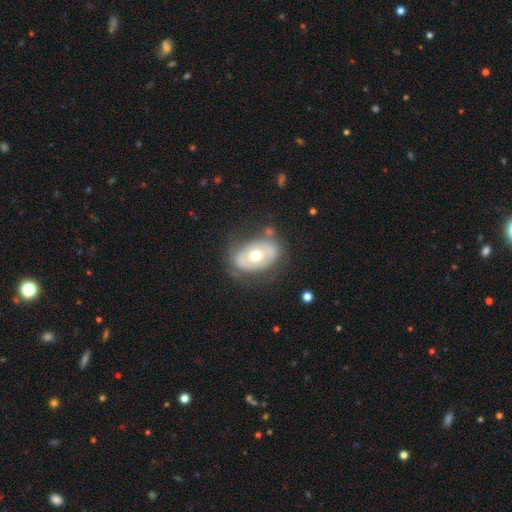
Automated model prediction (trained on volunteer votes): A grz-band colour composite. It shows a featured or disk galaxy (49%). Merging: none (67%).